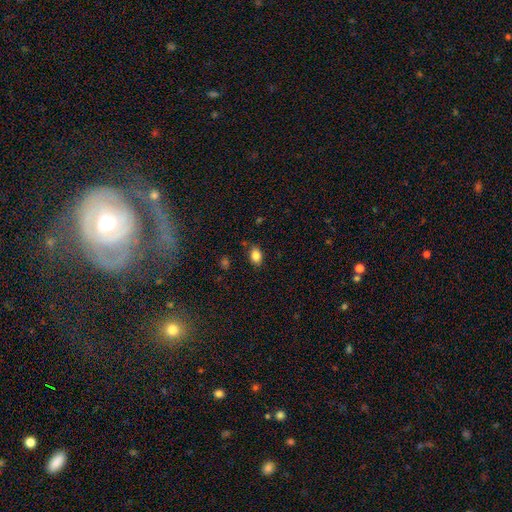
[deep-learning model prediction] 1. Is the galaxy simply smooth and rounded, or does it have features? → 85% smooth, 10% star or artifact, 6% featured or disk.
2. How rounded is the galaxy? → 79% in between, 20% round, 1% cigar-shaped.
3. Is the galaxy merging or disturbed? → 81% none, 14% minor disturbance, 3% major disturbance, 2% merger.